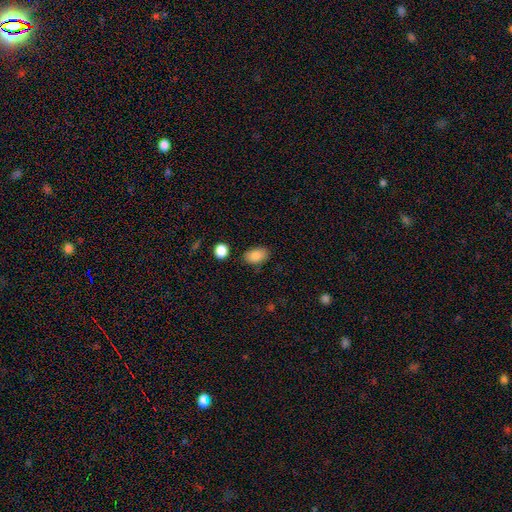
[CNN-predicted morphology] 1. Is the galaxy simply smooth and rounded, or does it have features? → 86% smooth, 8% star or artifact, 6% featured or disk.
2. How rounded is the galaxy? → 88% in between, 10% round, 1% cigar-shaped.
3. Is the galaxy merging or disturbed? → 82% none, 12% minor disturbance, 3% merger, 3% major disturbance.